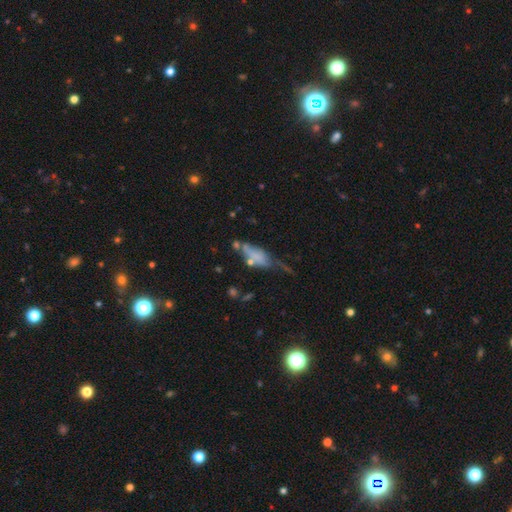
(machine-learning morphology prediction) This appears to be a smooth galaxy with no disk features (60%) that is in between round and cigar-shaped (69%). Merging: major disturbance (30%).